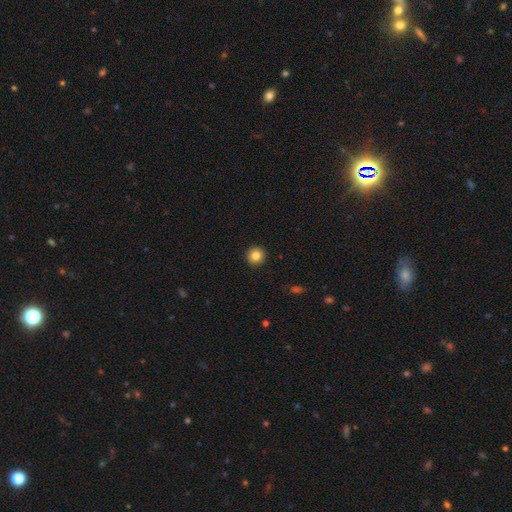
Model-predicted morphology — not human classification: The model was most divided on "smooth or featured": smooth: 85%, star or artifact: 9%, featured or disk: 6%. More confident: how rounded — round (95%); merging — none (93%).